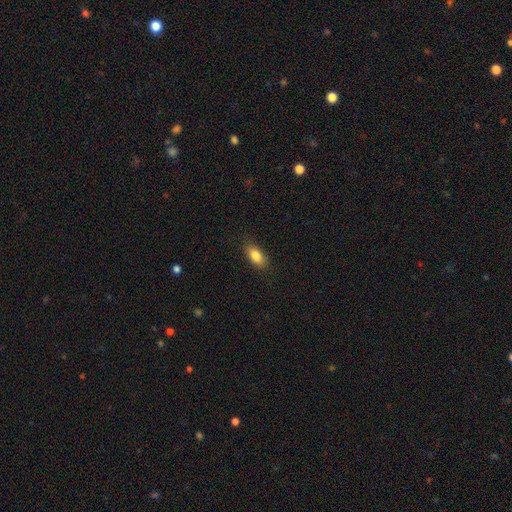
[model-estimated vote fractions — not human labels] smooth-or-featured: smooth: 84% | featured or disk: 8% | star or artifact: 7%
  how-rounded: in between: 89% | cigar-shaped: 6% | round: 5%
  merging: none: 85% | minor disturbance: 11% | major disturbance: 3% | merger: 1%